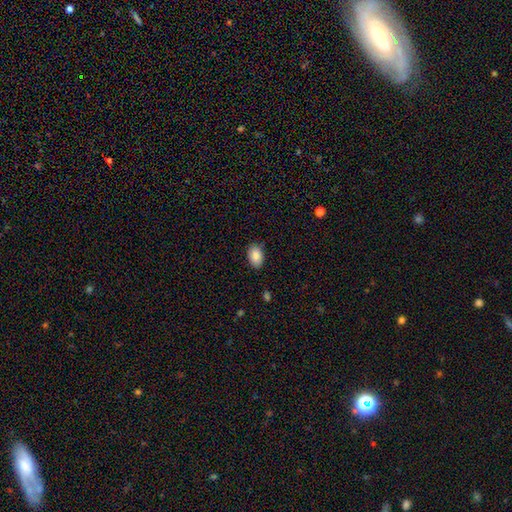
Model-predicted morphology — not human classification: Smooth or featured? Predicted: smooth (p=0.87). How rounded? Predicted: in between (p=0.88). Merging? Predicted: none (p=0.85).